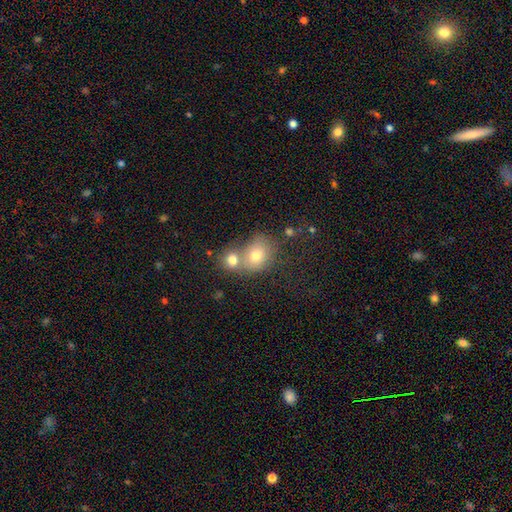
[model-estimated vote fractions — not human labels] This is likely a smooth galaxy (72%). How rounded: likely round (62%). Merging: possibly merger (52%).